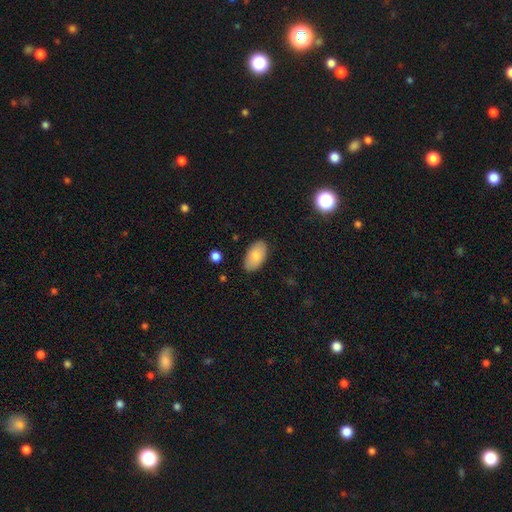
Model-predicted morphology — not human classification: This is likely a smooth galaxy (79%). How rounded: clearly in between (94%). Merging: clearly none (85%).